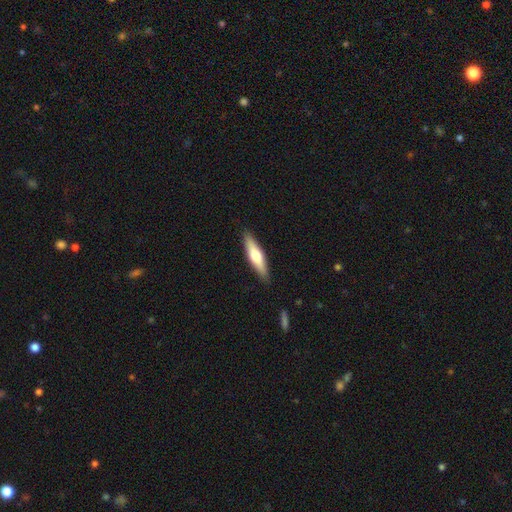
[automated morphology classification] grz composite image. It shows a smooth galaxy with no disk features (52%) that is cigar-shaped (74%). Merging: none (89%).